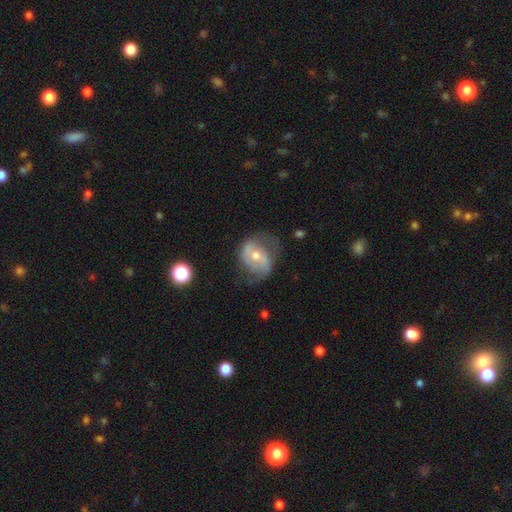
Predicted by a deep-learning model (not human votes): Smooth or featured: featured or disk — 66% (smooth — 27%)
Edge-on disk: no — 97% (yes — 3%)
Bar: no — 44% (weak — 38%)
Spiral arms: yes — 77% (no — 23%)
Bulge size: moderate — 62% (small — 33%)
Merging: none — 52% (minor disturbance — 28%)